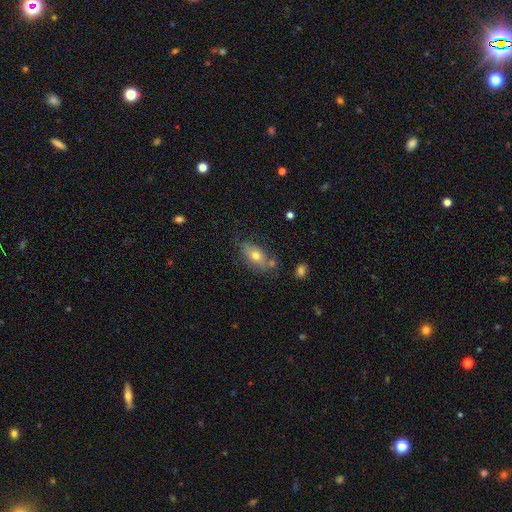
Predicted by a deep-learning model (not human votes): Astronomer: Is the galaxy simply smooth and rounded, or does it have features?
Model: smooth — 69%.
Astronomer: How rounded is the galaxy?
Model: in between — 85%.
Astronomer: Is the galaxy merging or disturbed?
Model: none — 62%.